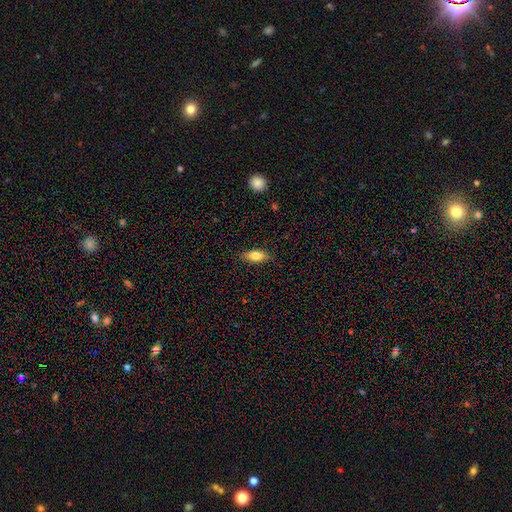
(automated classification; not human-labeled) smooth_or_featured: smooth (p=0.78) [alt: featured or disk p=0.15]
how_rounded: in between (p=0.80) [alt: cigar-shaped p=0.16]
merging: none (p=0.85) [alt: minor disturbance p=0.12]